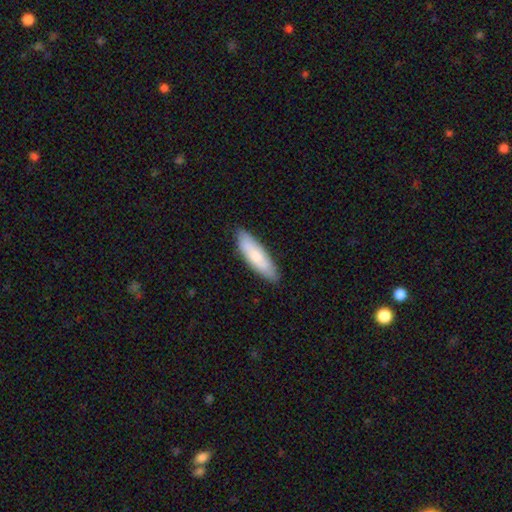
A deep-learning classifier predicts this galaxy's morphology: A smooth galaxy with no disk features (78%) that is cigar-shaped (62%).

Vote fractions:
- Smooth or featured? smooth: 78% / featured or disk: 17% / star or artifact: 5%
- How rounded? cigar-shaped: 62% / in between: 37% / round: 1%
- Merging? none: 86% / minor disturbance: 11% / major disturbance: 2% / merger: 1%